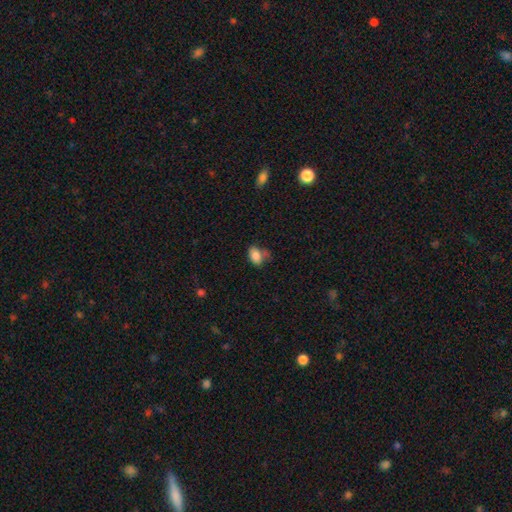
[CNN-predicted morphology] Smooth or featured? smooth (83%)
How rounded? in between (82%)
Merging? none (45%)